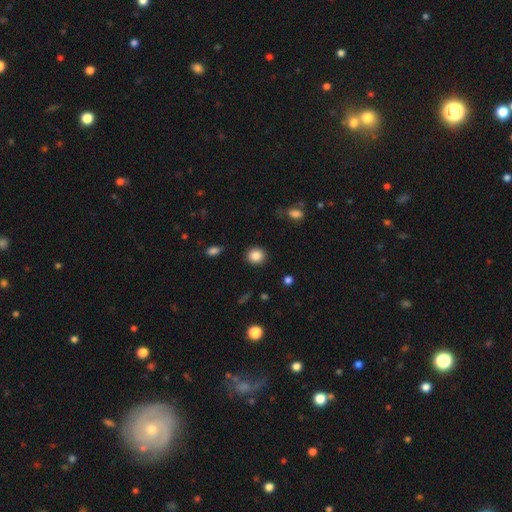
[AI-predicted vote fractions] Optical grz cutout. It shows a smooth galaxy with no disk features (87%) that is round (85%). Merging: none (90%).